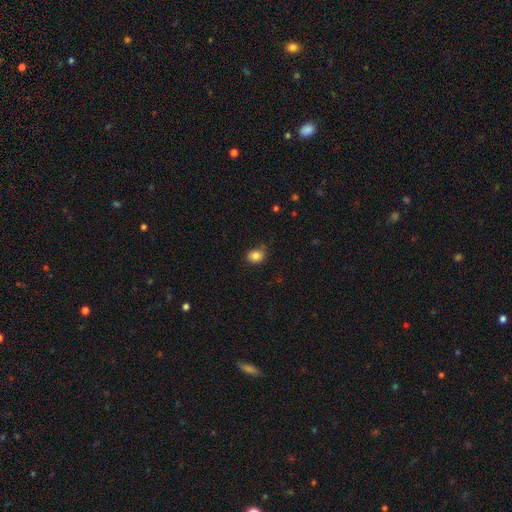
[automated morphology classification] type=smooth (84%); roundness=round (54%); merging=none (78%).